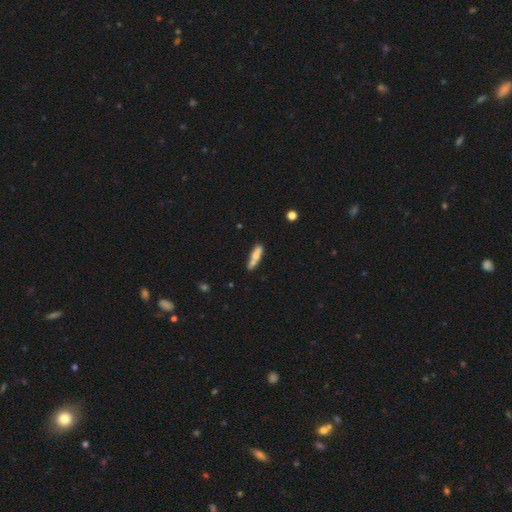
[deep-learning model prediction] Overall: smooth (63%; featured or disk 29%). How rounded: cigar-shaped (68%; in between 30%). Merging: none (52%; merger 25%).